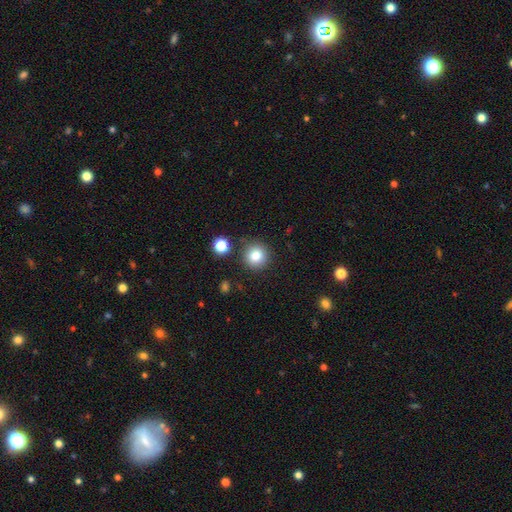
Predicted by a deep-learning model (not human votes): smooth_or_featured: smooth (p=0.82) [alt: star or artifact p=0.11]
how_rounded: round (p=0.93) [alt: in between p=0.06]
merging: none (p=0.85) [alt: minor disturbance p=0.08]